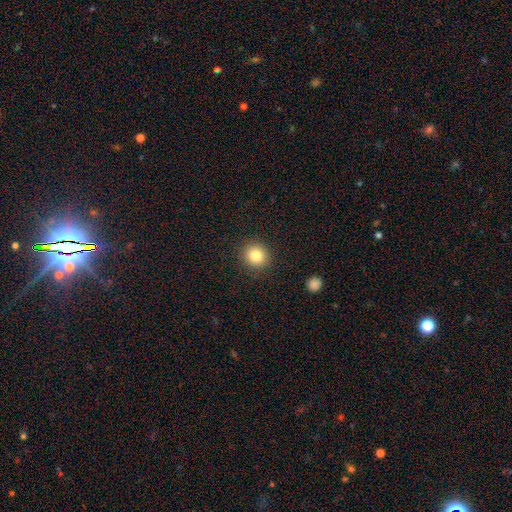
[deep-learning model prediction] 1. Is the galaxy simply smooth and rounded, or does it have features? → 83% smooth, 10% star or artifact, 7% featured or disk.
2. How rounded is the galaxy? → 91% round, 8% in between, 1% cigar-shaped.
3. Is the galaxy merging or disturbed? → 91% none, 6% minor disturbance, 2% major disturbance, 1% merger.